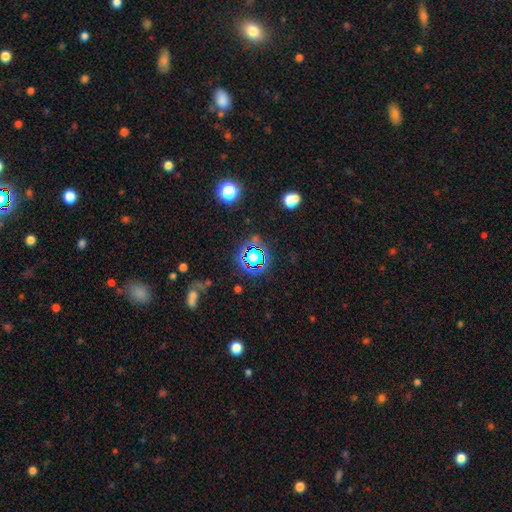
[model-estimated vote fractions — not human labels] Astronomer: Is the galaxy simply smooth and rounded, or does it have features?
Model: star or artifact — 61%.